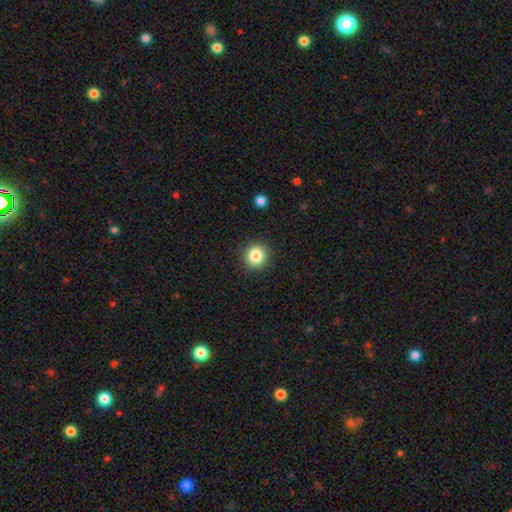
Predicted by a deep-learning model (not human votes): A smooth galaxy with no disk features (83%) that is round (91%).

Vote fractions:
- Smooth or featured? smooth: 83% / star or artifact: 11% / featured or disk: 6%
- How rounded? round: 91% / in between: 8% / cigar-shaped: 1%
- Merging? none: 91% / minor disturbance: 6% / major disturbance: 2% / merger: 1%